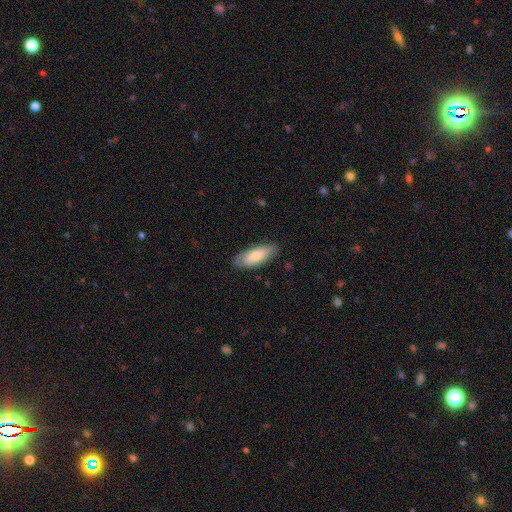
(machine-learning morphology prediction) smooth-or-featured: smooth: 75% | featured or disk: 20% | star or artifact: 6%
  how-rounded: in between: 76% | cigar-shaped: 22% | round: 2%
  merging: none: 80% | minor disturbance: 16% | major disturbance: 3% | merger: 1%